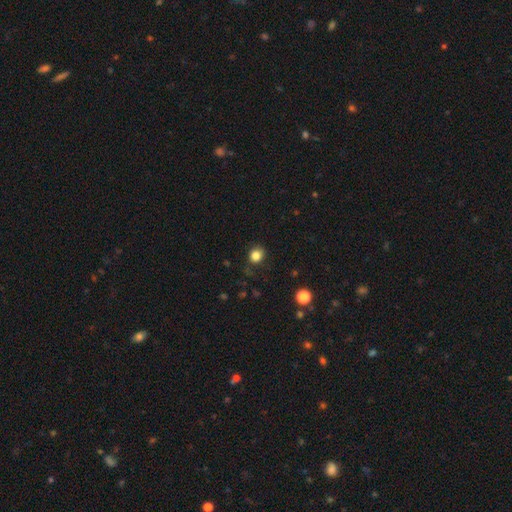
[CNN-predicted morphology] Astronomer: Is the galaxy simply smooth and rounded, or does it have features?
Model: smooth — 83%.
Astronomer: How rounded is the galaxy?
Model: round — 75%.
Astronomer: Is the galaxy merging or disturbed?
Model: none — 79%.